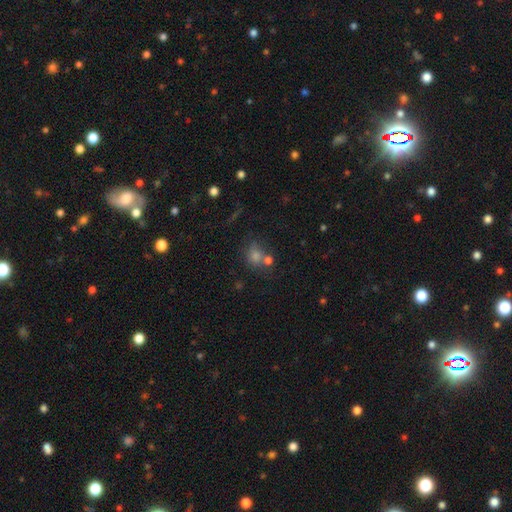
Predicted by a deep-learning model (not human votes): Smooth or featured? smooth (61%)
How rounded? round (66%)
Merging? none (55%)